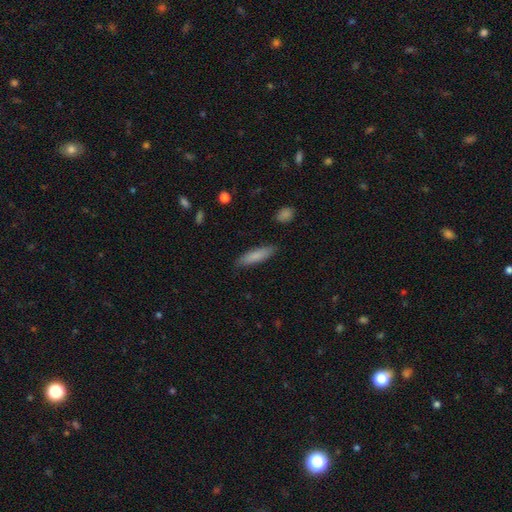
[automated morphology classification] This appears to be a smooth galaxy with no disk features (84%) that is cigar-shaped (70%). Merging: none (86%).